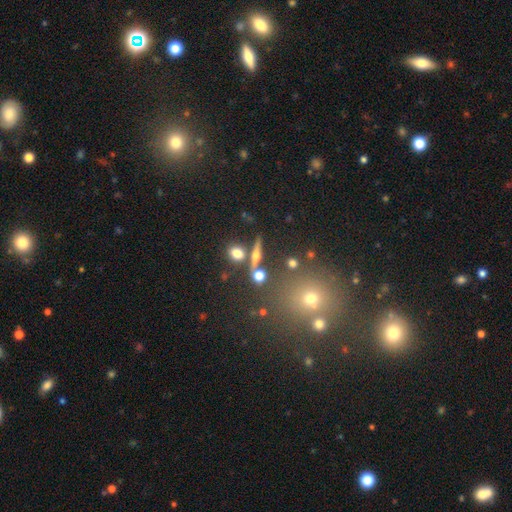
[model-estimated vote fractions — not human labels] smooth_or_featured: featured or disk (p=0.46) [alt: smooth p=0.41]
merging: none (p=0.72) [alt: merger p=0.12]